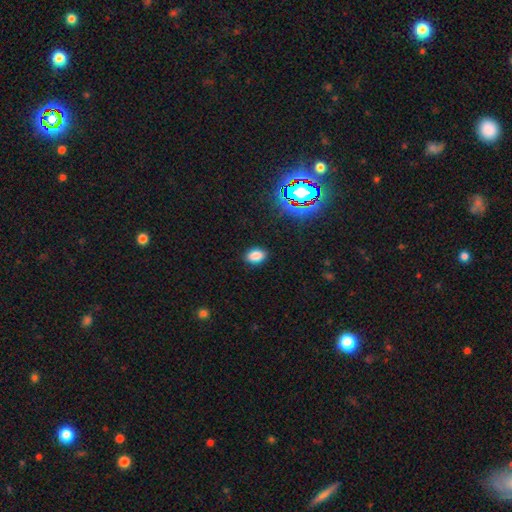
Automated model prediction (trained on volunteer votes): Smooth or featured? Predicted: smooth (p=0.82). How rounded? Predicted: in between (p=0.84). Merging? Predicted: none (p=0.87).